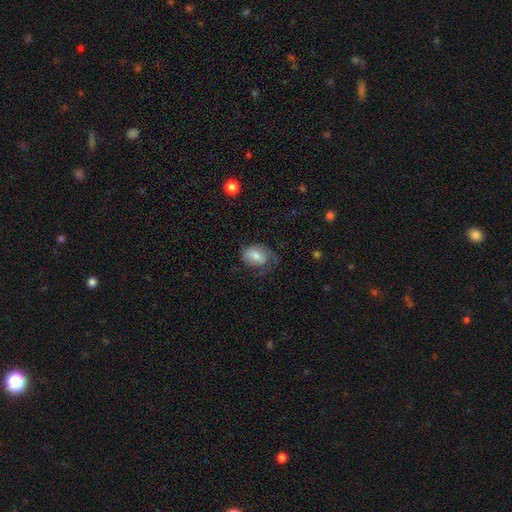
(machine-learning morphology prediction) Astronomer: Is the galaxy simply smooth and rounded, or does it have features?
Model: smooth — 60%.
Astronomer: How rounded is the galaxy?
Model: in between — 77%.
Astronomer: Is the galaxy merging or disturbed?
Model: none — 46% (runner-up: minor disturbance, 27%).